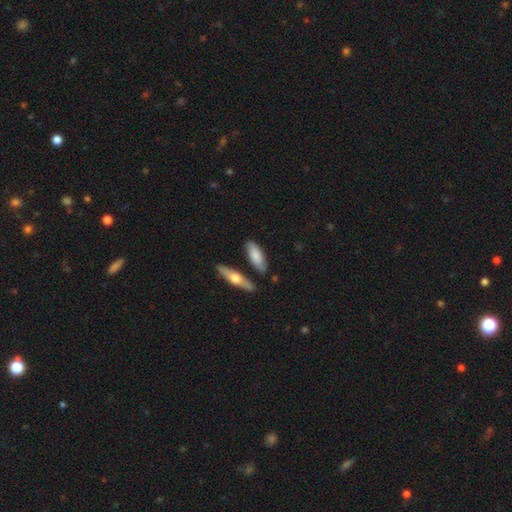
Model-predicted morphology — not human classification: The model was most divided on "how rounded": in between: 68%, cigar-shaped: 30%, round: 2%. More confident: smooth or featured — smooth (74%); merging — none (74%).